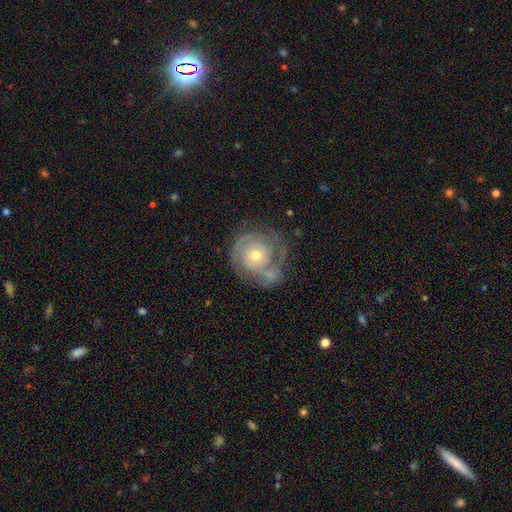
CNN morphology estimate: A featured or disk galaxy (79%) with no bar (77%), 2 (53%) tight (63%) spiral arms (88%) and a moderate central bulge (54%).

Vote fractions:
- Smooth or featured? featured or disk: 79% / smooth: 15% / star or artifact: 6%
- Edge-on disk? no: 98% / yes: 2%
- Bar? no: 77% / weak: 19% / strong: 4%
- Spiral arms? yes: 88% / no: 12%
- Spiral winding? tight: 63% / medium: 28% / loose: 8%
- Spiral arm count? 2: 53% / can't tell: 26% / 3: 10% / 1: 6% / 4: 3% / more than 4: 3%
- Bulge size? moderate: 54% / small: 42% / large: 3% / none: 1% / dominant: 1%
- Merging? none: 52% / minor disturbance: 18% / merger: 18% / major disturbance: 12%